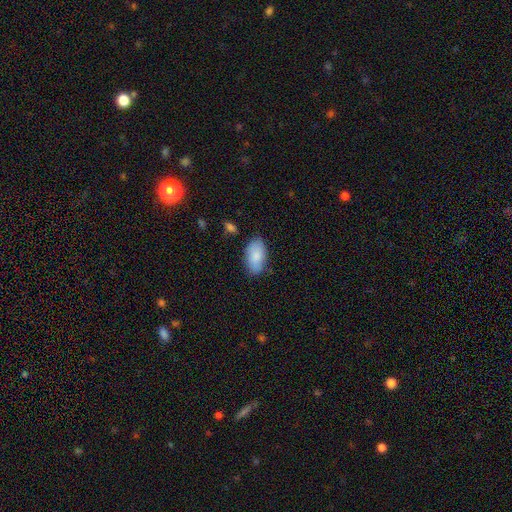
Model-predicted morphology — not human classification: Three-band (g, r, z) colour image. It shows a smooth galaxy with no disk features (85%) that is in between round and cigar-shaped (95%). Merging: none (78%).